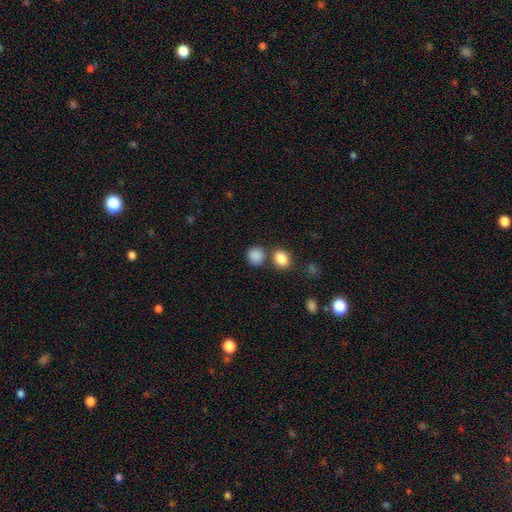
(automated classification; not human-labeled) smooth 87%, star or artifact 9%, featured or disk 4%. Down the decision tree: how rounded — round (79%); merging — none (69%).